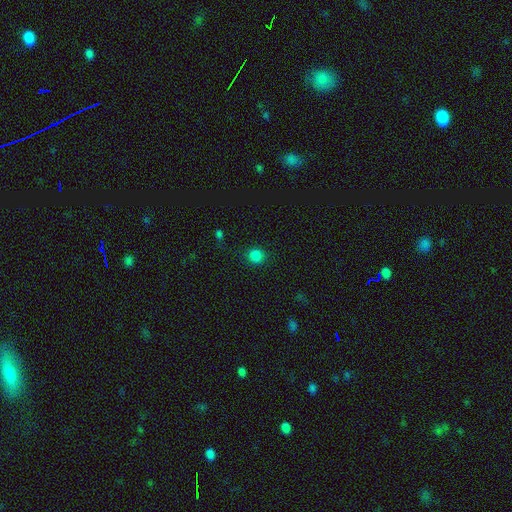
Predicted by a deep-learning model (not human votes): A smooth galaxy with no disk features (82%) that is round (86%). Merging: none (85%).